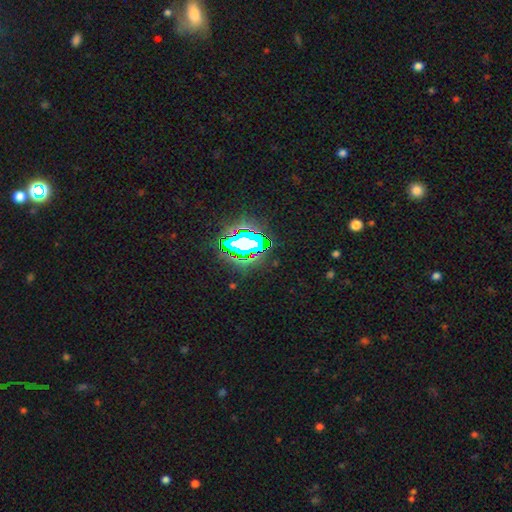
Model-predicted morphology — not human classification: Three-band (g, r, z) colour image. It shows a star or artifact, not a galaxy (77%).